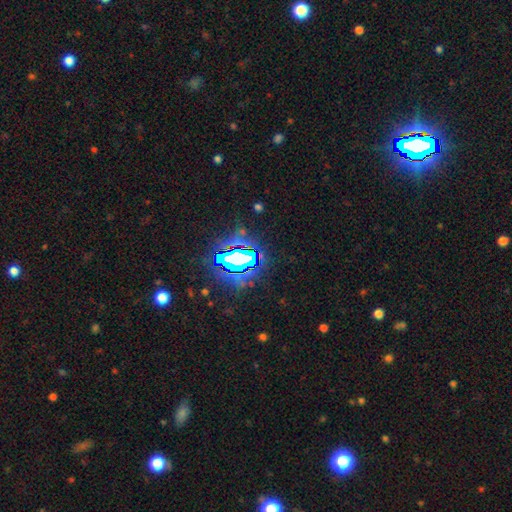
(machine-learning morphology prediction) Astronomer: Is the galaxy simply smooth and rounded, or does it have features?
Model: star or artifact — 77%.